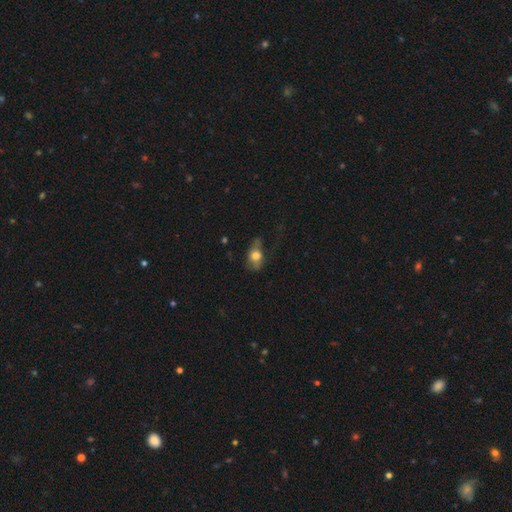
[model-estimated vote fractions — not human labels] smooth_or_featured: smooth (p=0.64) [alt: featured or disk p=0.27]
how_rounded: in between (p=0.76) [alt: round p=0.18]
merging: none (p=0.45) [alt: minor disturbance p=0.30]